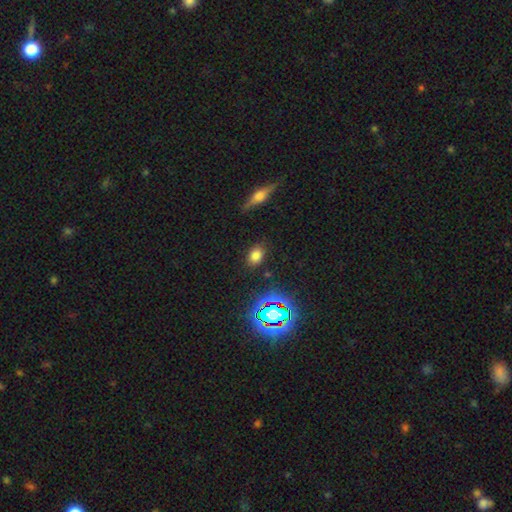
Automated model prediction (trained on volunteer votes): This appears to be a smooth galaxy with no disk features (74%) that is in between round and cigar-shaped (73%). Merging: none (84%).